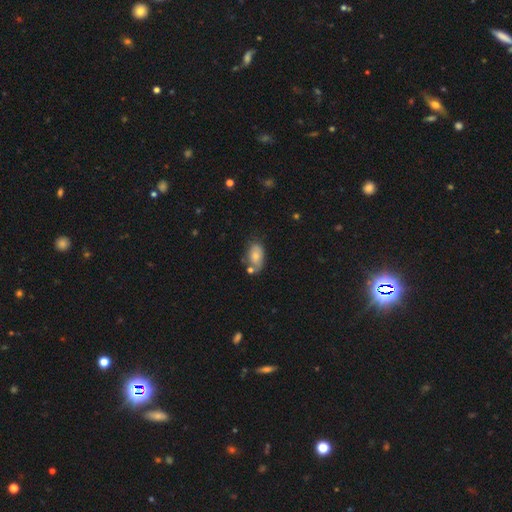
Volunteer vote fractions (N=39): Morphology: type=smooth (79%); roundness=in between (87%); merging=minor disturbance (47%).